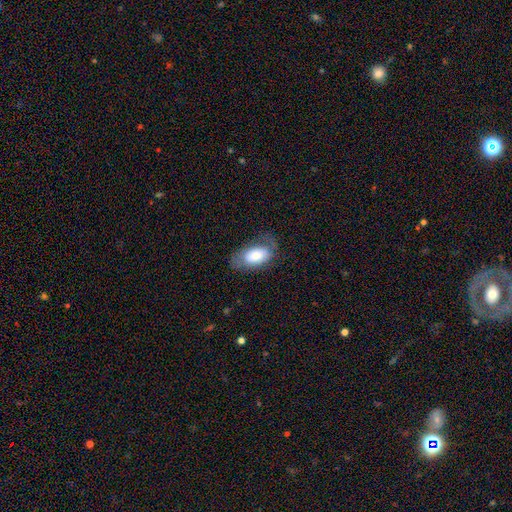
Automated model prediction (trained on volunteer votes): Smooth or featured? smooth (68%)
How rounded? in between (93%)
Merging? none (61%)